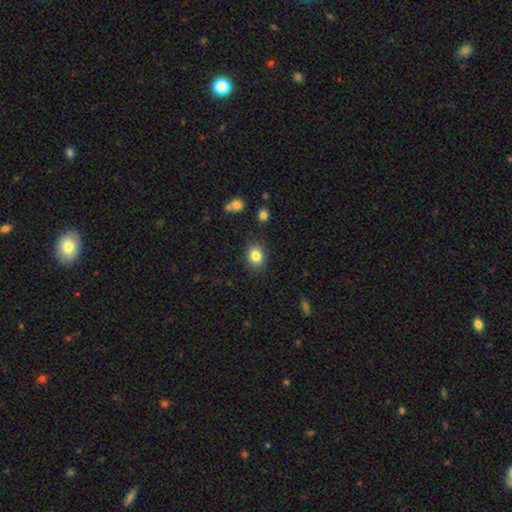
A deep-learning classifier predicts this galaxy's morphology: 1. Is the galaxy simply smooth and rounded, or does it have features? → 83% smooth, 10% star or artifact, 7% featured or disk.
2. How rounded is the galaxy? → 53% round, 46% in between, 1% cigar-shaped.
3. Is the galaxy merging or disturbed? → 86% none, 10% minor disturbance, 3% major disturbance, 2% merger.